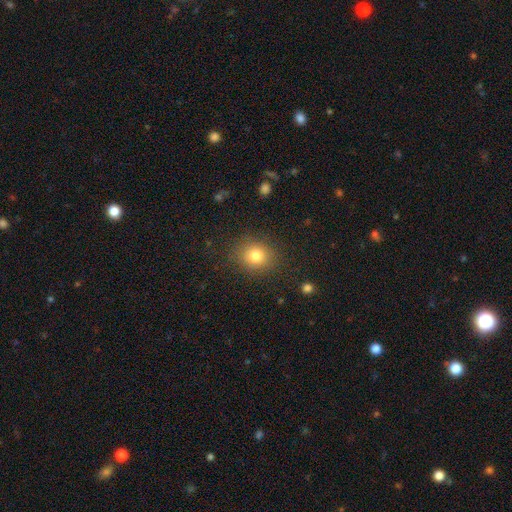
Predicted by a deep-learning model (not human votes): Morphology: type=smooth (81%); roundness=round (70%); merging=none (86%).